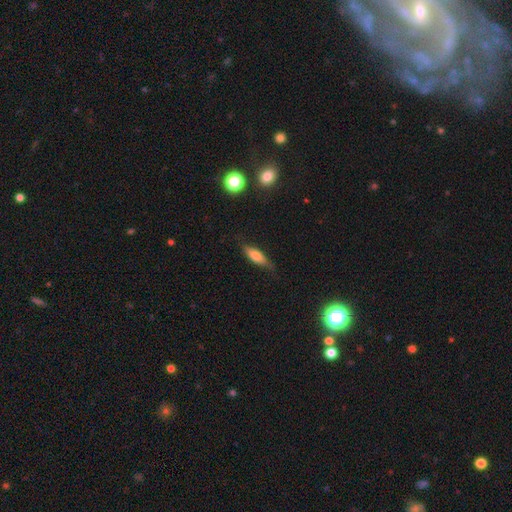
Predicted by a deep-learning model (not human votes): The model was most divided on "how rounded": in between: 53%, cigar-shaped: 44%, round: 3%. More confident: merging — none (72%); smooth or featured — smooth (68%).